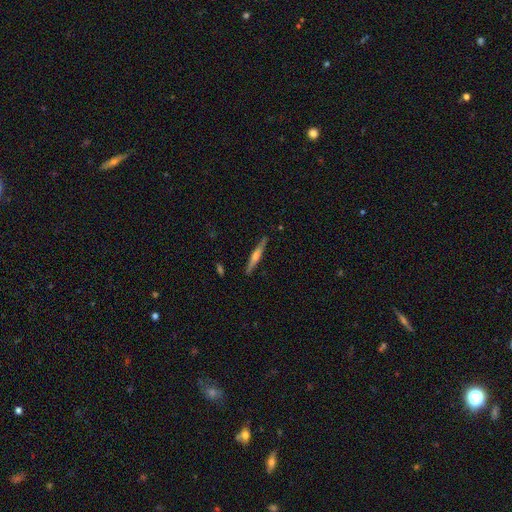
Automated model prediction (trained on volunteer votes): This appears to be a featured or disk galaxy (63%) viewed edge-on (98%) with a rounded central bulge (75%). Merging: none (90%).